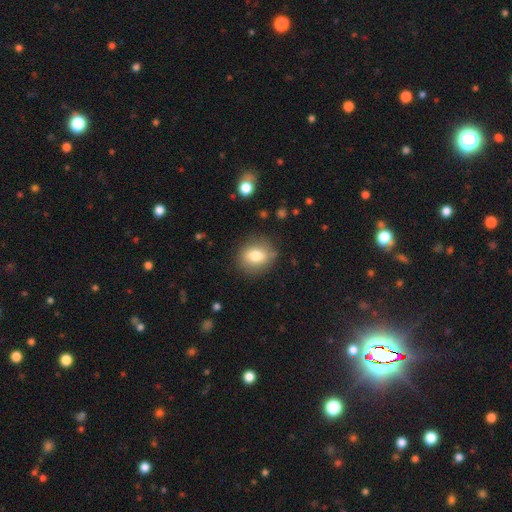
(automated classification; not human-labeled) This appears to be a smooth galaxy with no disk features (76%) that is round (70%). Merging: none (82%).